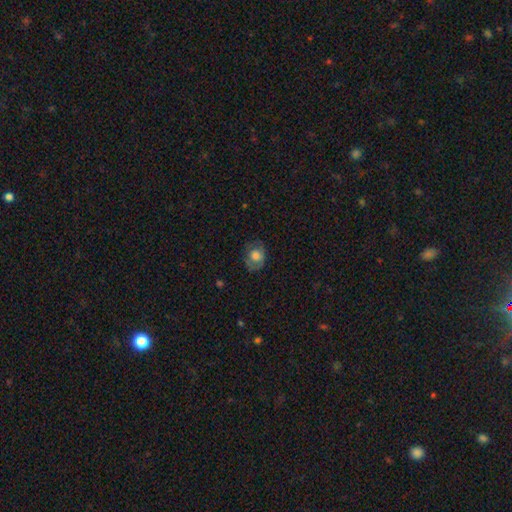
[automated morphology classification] Smooth or featured? Predicted: smooth (p=0.62). How rounded? Predicted: round (p=0.50). Merging? Predicted: none (p=0.67).